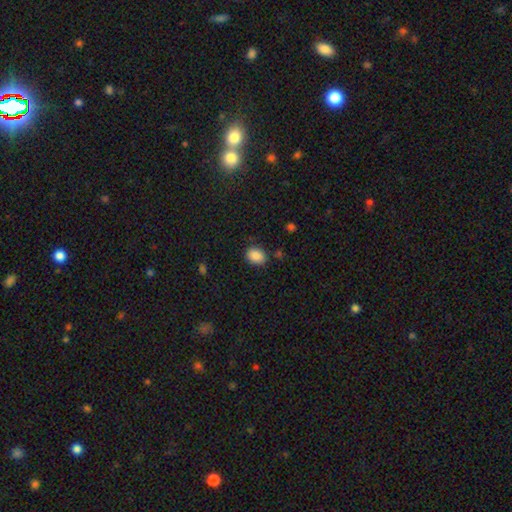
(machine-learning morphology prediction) Smooth or featured?
  - smooth: 88% *
  - star or artifact: 9%
  - featured or disk: 4%
How rounded?
  - in between: 62% *
  - round: 38%
  - cigar-shaped: 1%
Merging?
  - none: 81% *
  - minor disturbance: 13%
  - major disturbance: 3%
  - merger: 2%